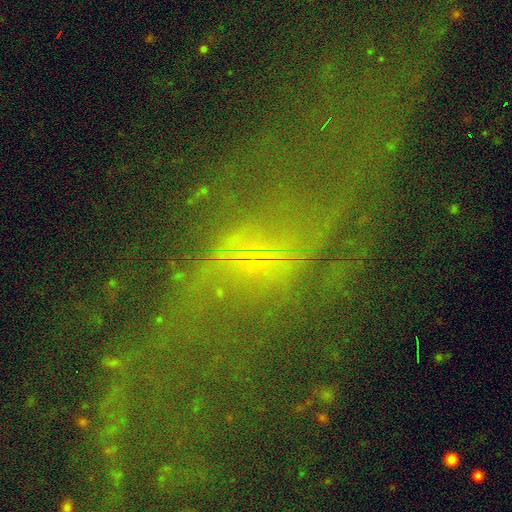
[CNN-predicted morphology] Smooth or featured? Predicted: featured or disk (p=0.67). Edge-on disk? Predicted: no (p=0.92). Bar? Predicted: no (p=0.58). Spiral arms? Predicted: yes (p=0.80). Bulge size? Predicted: small (p=0.74). Merging? Predicted: none (p=0.52).